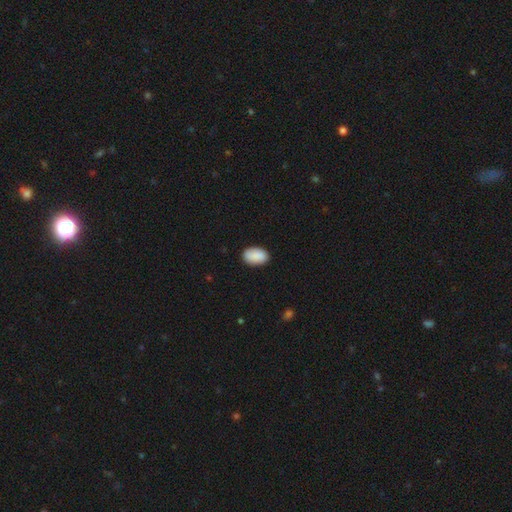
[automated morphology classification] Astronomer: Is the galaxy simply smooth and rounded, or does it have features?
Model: smooth — 90%.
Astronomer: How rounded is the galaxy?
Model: in between — 91%.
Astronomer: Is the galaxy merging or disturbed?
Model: none — 87%.